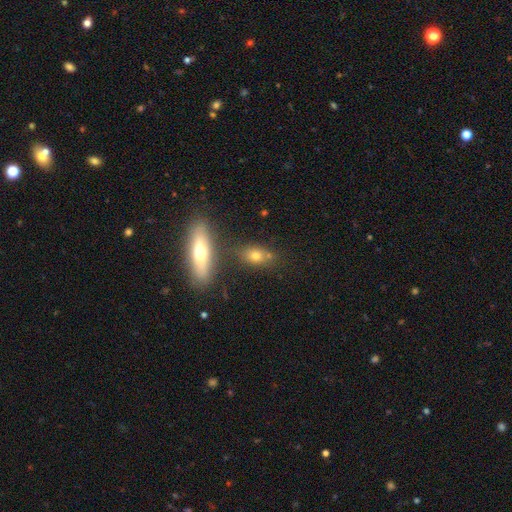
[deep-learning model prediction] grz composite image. It shows a smooth galaxy with no disk features (67%) that is in between round and cigar-shaped (61%). Merging: none (67%).